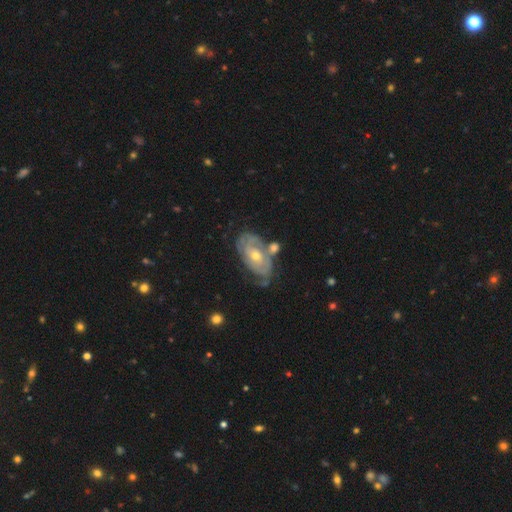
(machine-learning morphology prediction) smooth_or_featured: featured or disk (p=0.78) [alt: smooth p=0.16]
disk_edge_on: no (p=0.94) [alt: yes p=0.06]
bar: no (p=0.71) [alt: weak p=0.24]
has_spiral_arms: yes (p=0.85) [alt: no p=0.15]
spiral_winding: tight (p=0.68) [alt: medium p=0.24]
spiral_arm_count: can't tell (p=0.43) [alt: 2 p=0.34]
bulge_size: moderate (p=0.53) [alt: small p=0.43]
merging: none (p=0.54) [alt: minor disturbance p=0.22]